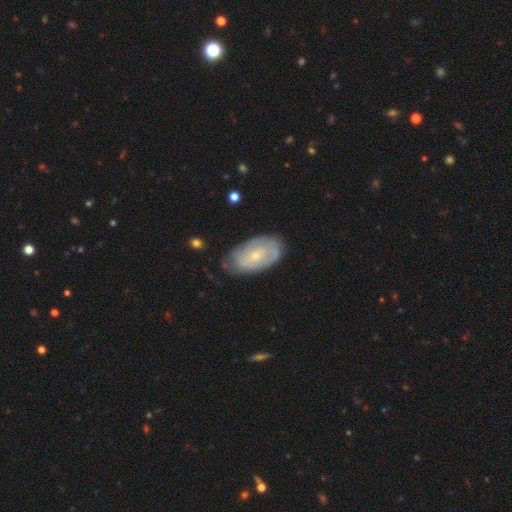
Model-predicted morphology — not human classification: A featured or disk galaxy (62%) with no bar (69%), spiral arms (74%) and a small central bulge (68%). Merging: none (67%).